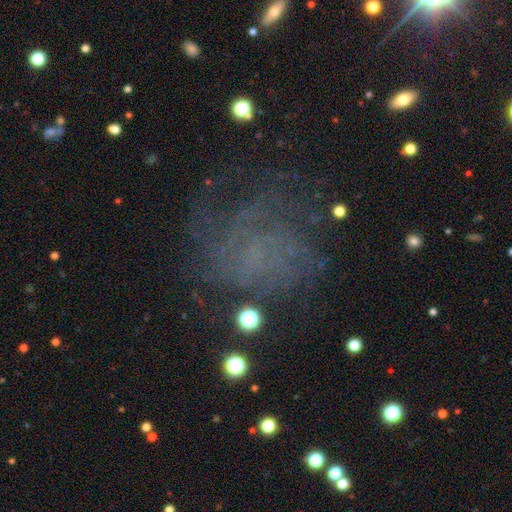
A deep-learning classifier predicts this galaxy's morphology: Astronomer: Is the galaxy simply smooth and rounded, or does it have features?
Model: featured or disk — 49% (runner-up: star or artifact, 27%).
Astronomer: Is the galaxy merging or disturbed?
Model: none — 59%.